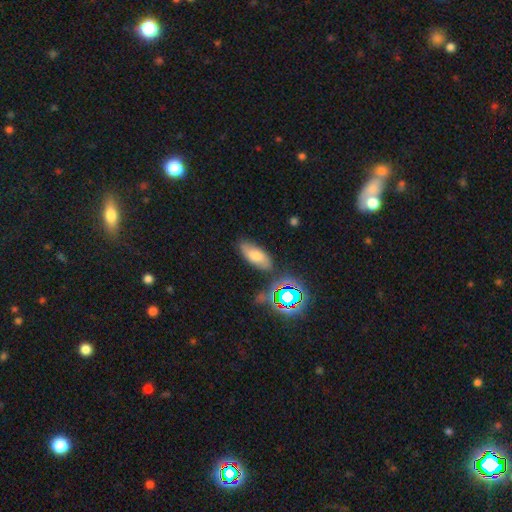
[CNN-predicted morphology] Overall: smooth (62%). How rounded: in between (82%). Merging: none (76%).